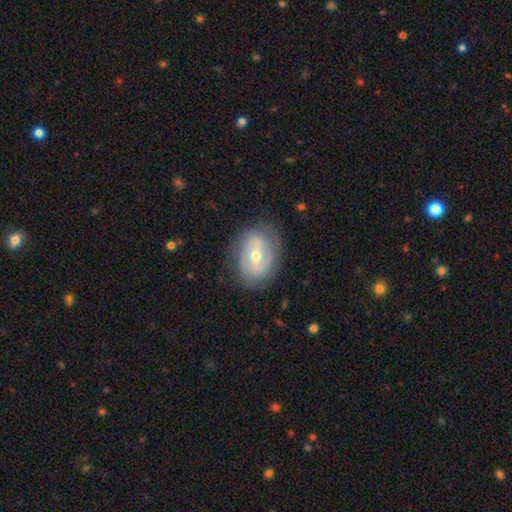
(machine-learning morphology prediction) This is likely a featured or disk galaxy (72%). It is clearly not viewed edge-on (95%). Bar: marginally weak (42%). Spiral arm pattern: likely yes (71%). Central bulge: likely moderate (61%). Merging: likely none (78%).